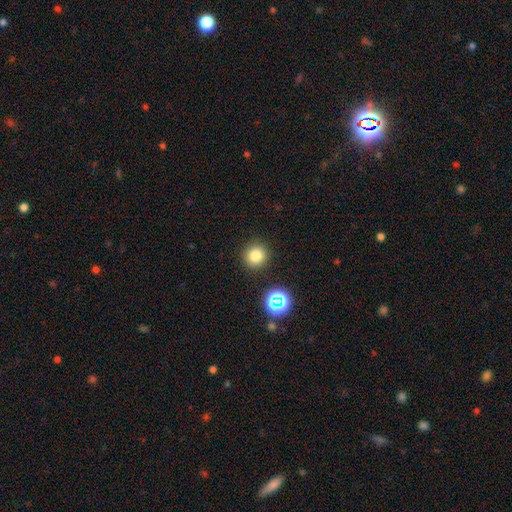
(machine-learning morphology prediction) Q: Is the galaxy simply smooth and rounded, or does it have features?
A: smooth — 78%.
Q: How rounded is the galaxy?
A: round — 93%.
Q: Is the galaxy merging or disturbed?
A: none — 89%.